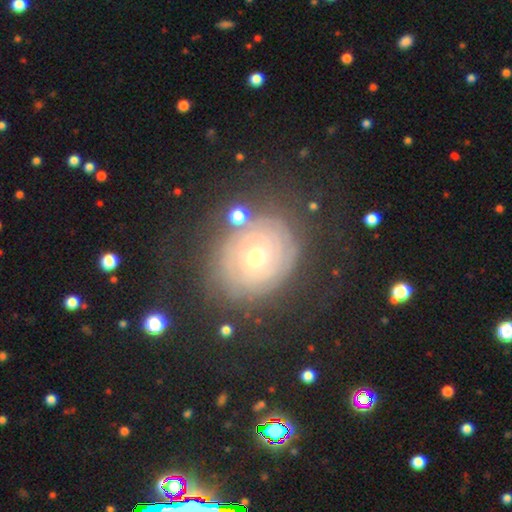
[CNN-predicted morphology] smooth_or_featured: featured or disk (p=0.68) [alt: smooth p=0.20]
disk_edge_on: no (p=0.96) [alt: yes p=0.04]
bar: no (p=0.83) [alt: weak p=0.13]
has_spiral_arms: yes (p=0.79) [alt: no p=0.21]
spiral_winding: tight (p=0.83) [alt: medium p=0.12]
spiral_arm_count: can't tell (p=0.52) [alt: 2 p=0.18]
bulge_size: moderate (p=0.57) [alt: small p=0.37]
merging: none (p=0.75) [alt: minor disturbance p=0.14]